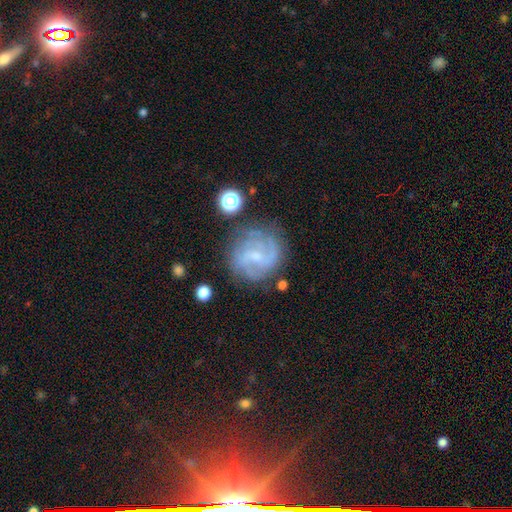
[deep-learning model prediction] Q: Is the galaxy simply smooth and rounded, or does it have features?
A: featured or disk — 77%.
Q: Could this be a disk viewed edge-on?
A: no — 98%.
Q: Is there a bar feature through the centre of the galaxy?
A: weak — 55%.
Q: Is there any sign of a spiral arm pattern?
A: yes — 92%.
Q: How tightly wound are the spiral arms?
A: medium — 44%.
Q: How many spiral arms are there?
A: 2 — 47%.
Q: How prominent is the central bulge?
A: small — 65%.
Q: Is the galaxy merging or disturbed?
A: none — 72%.